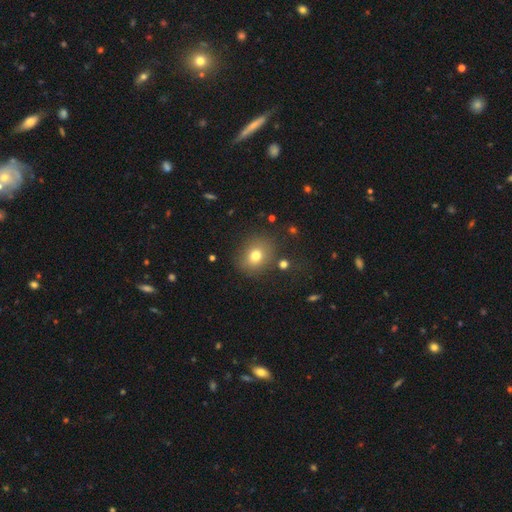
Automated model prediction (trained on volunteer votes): A smooth galaxy with no disk features (75%) that is round (70%). Merging: none (81%).